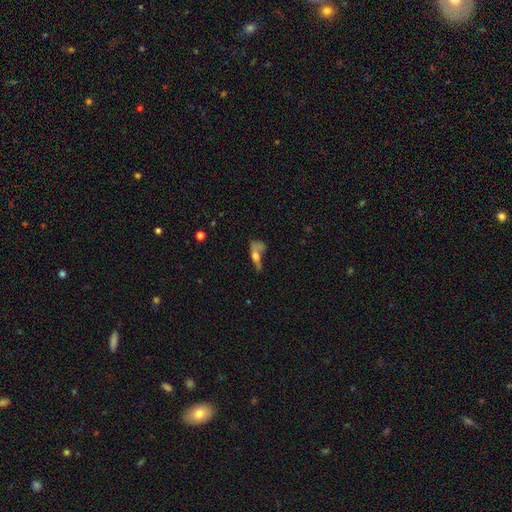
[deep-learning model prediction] Smooth or featured: smooth — 52% (featured or disk — 36%)
How rounded: in between — 57% (cigar-shaped — 36%)
Merging: major disturbance — 40% (none — 23%)